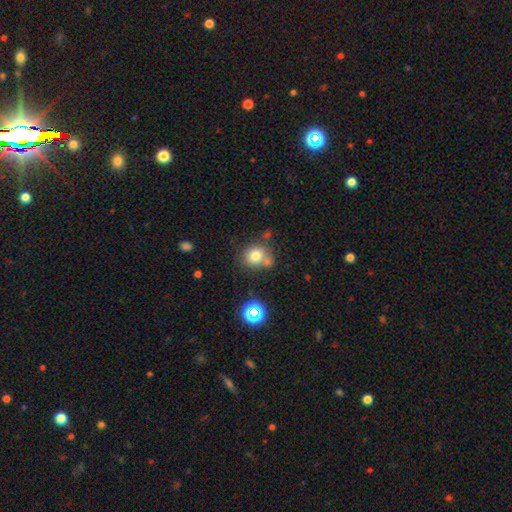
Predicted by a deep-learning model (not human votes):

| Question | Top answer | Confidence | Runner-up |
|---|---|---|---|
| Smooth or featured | smooth | 76% | star or artifact (14%) |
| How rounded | round | 74% | in between (26%) |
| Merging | none | 60% | merger (19%) |